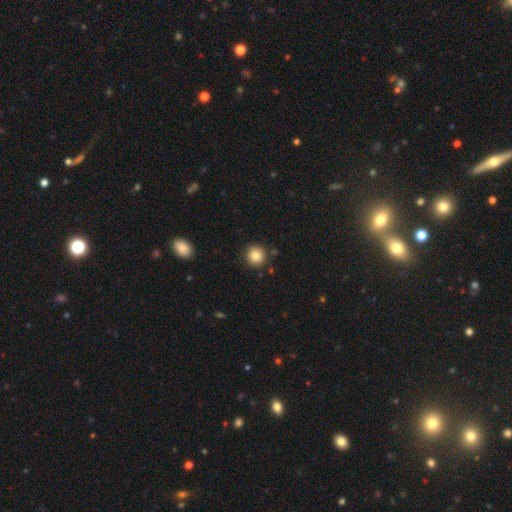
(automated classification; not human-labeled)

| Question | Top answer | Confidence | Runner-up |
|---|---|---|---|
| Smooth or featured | smooth | 85% | star or artifact (10%) |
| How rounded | round | 94% | in between (6%) |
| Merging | none | 89% | minor disturbance (7%) |